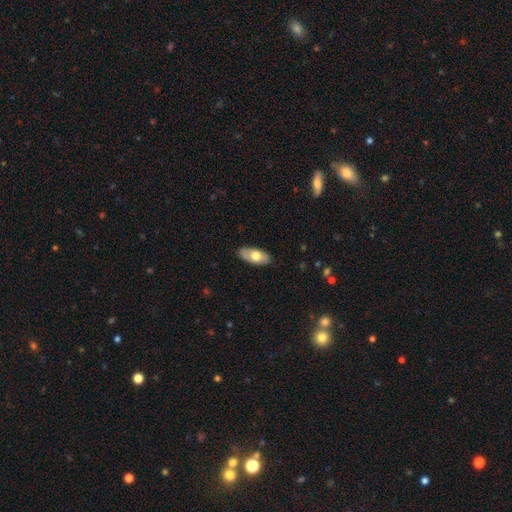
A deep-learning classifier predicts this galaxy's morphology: smooth 63%, featured or disk 31%, star or artifact 6%. Down the decision tree: how rounded — in between (90%); merging — none (84%).